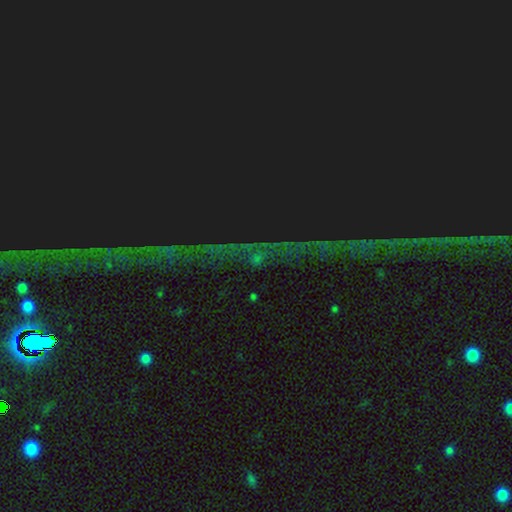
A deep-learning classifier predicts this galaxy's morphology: A star or artifact, not a galaxy (80%).

Vote fractions:
- Smooth or featured? star or artifact: 80% / smooth: 10% / featured or disk: 10%